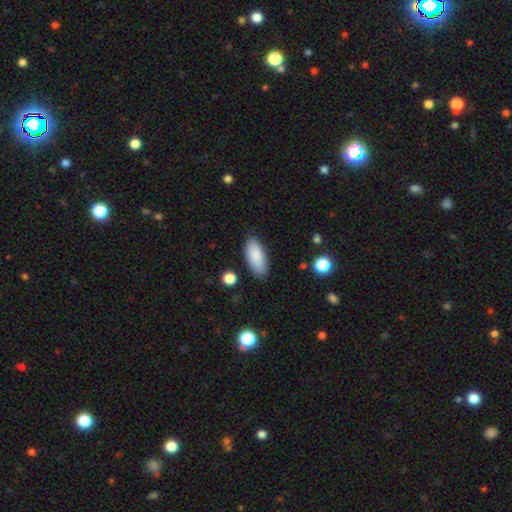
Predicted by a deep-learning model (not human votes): This is clearly a smooth galaxy (87%). How rounded: clearly in between (84%). Merging: clearly none (84%).